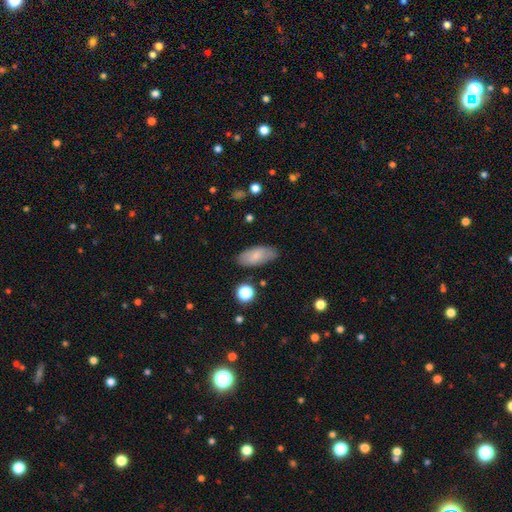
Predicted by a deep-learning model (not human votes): A smooth galaxy with no disk features (78%) that is in between round and cigar-shaped (87%).

Vote fractions:
- Smooth or featured? smooth: 78% / featured or disk: 15% / star or artifact: 7%
- How rounded? in between: 87% / cigar-shaped: 11% / round: 3%
- Merging? none: 83% / minor disturbance: 13% / major disturbance: 3% / merger: 2%